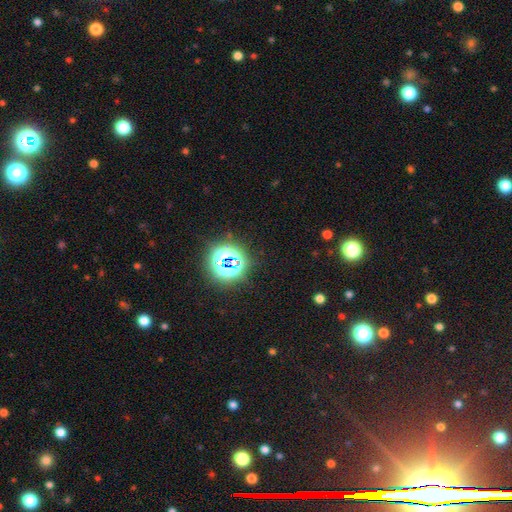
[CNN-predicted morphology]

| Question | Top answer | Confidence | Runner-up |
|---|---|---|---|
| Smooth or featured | star or artifact | 82% | smooth (11%) |